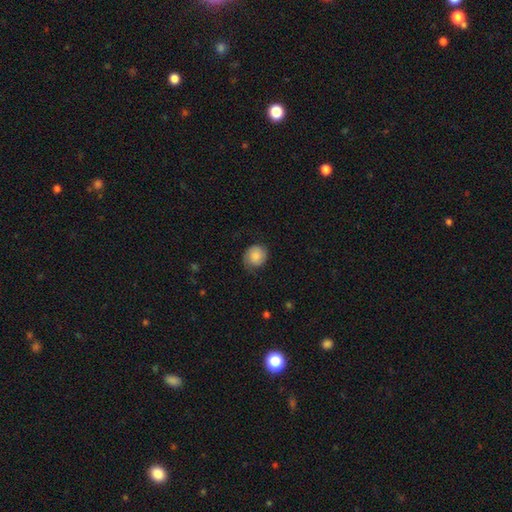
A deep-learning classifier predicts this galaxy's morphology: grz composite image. It shows a smooth galaxy with no disk features (81%) that is round (81%). Merging: none (67%).